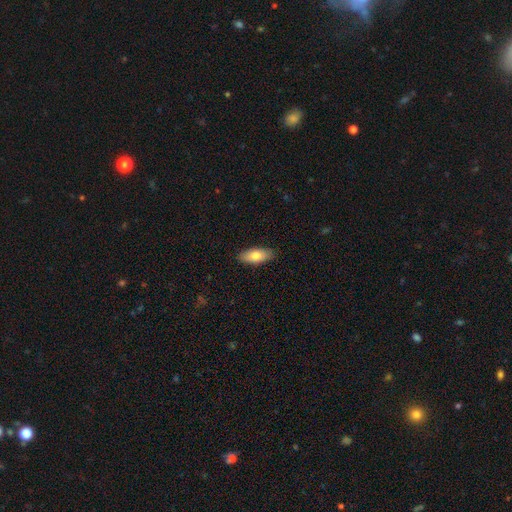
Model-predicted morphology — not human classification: type=smooth (77%); roundness=in between (83%); merging=none (89%).